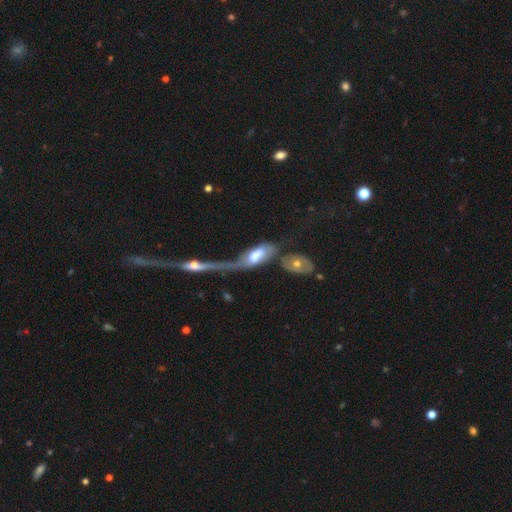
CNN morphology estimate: This is possibly a featured or disk galaxy (49%). Merging: possibly merger (50%).